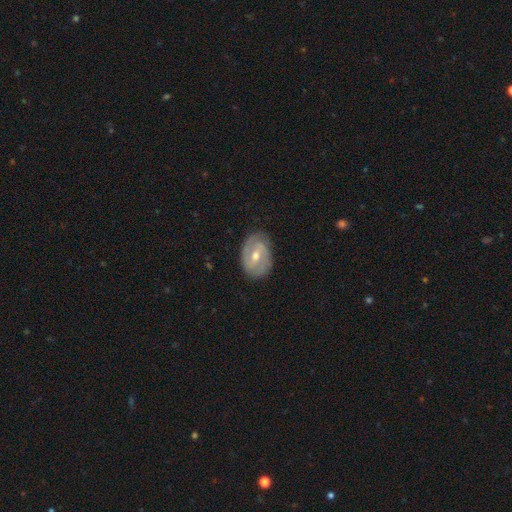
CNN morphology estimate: Overall: featured or disk (70%). Edge-on disk: no (95%). Bar: weak (50%; no 30%). Spiral arms: yes (76%). Spiral arm count: 2 (70%). Spiral winding: tight (50%; medium 36%). Bulge size: moderate (70%). Merging: none (79%).